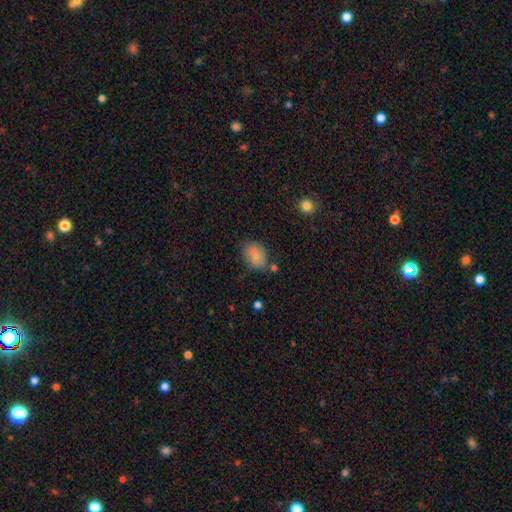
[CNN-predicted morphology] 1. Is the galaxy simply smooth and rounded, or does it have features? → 70% smooth, 22% featured or disk, 9% star or artifact.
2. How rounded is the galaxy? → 72% in between, 27% round, 1% cigar-shaped.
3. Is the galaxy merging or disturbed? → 66% none, 22% minor disturbance, 6% major disturbance, 5% merger.